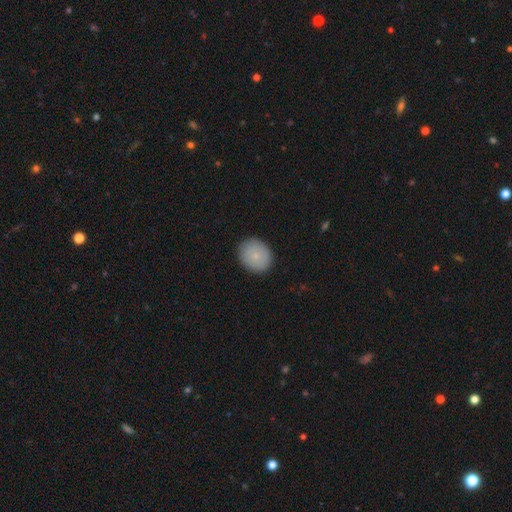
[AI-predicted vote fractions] This appears to be a smooth galaxy with no disk features (83%) that is round (68%). Merging: none (89%).